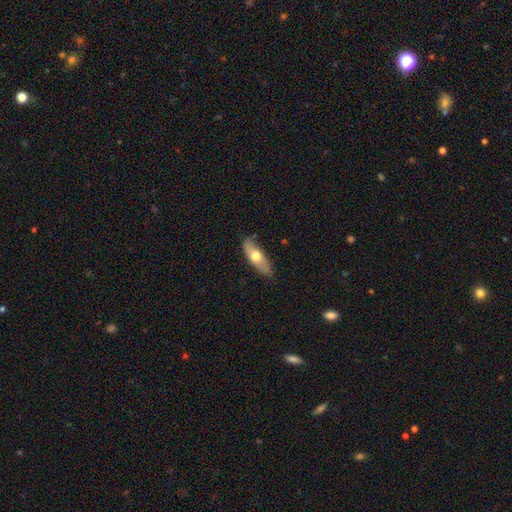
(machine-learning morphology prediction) Smooth or featured? Predicted: smooth (p=0.58). How rounded? Predicted: in between (p=0.62). Merging? Predicted: none (p=0.80).